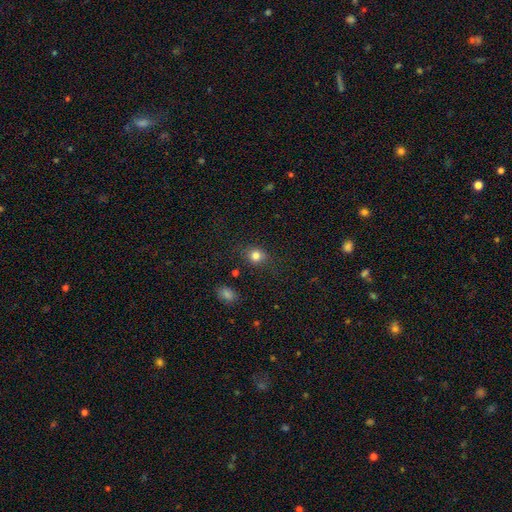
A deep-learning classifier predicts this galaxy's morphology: This is clearly a smooth galaxy (80%). How rounded: likely round (69%). Merging: likely none (80%).